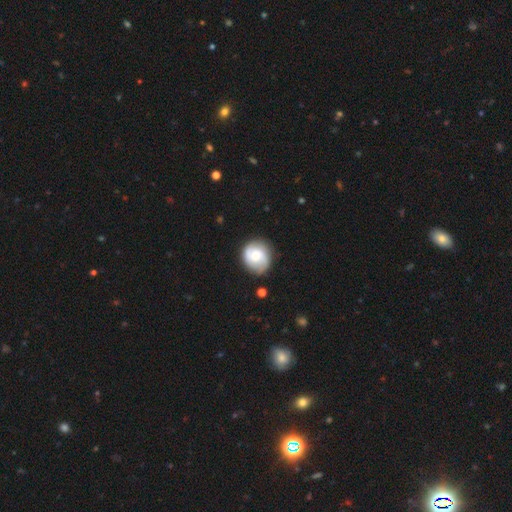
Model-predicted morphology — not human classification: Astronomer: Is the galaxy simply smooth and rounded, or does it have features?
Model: featured or disk — 54% (runner-up: smooth, 39%).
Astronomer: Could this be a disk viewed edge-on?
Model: no — 98%.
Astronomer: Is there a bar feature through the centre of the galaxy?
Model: no — 62%.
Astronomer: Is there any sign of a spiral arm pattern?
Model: yes — 89%.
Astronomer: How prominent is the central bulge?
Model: moderate — 53% (runner-up: small, 31%).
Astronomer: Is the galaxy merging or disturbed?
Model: none — 80%.